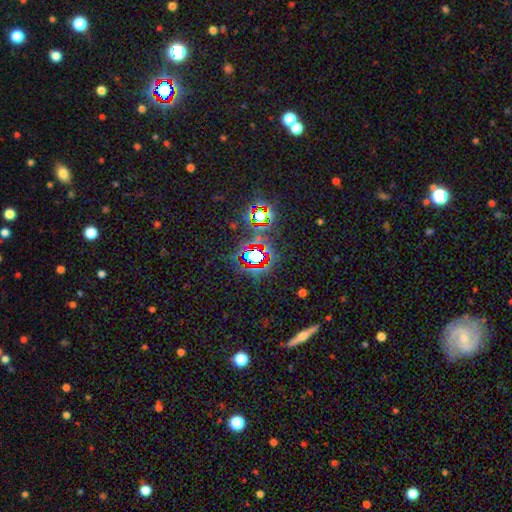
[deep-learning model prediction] star or artifact 75%, smooth 14%, featured or disk 10%.